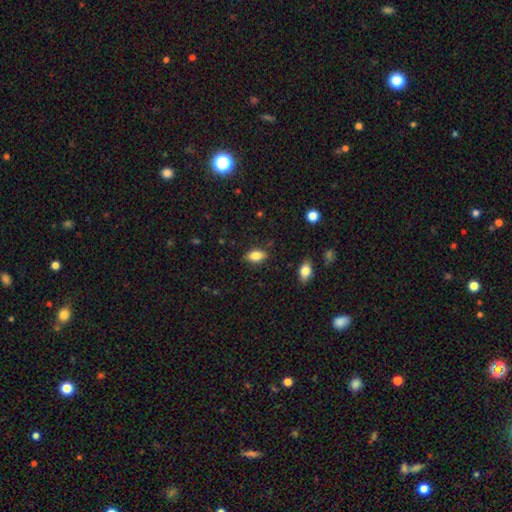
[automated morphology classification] A smooth galaxy with no disk features (81%) that is in between round and cigar-shaped (88%). Merging: none (84%).